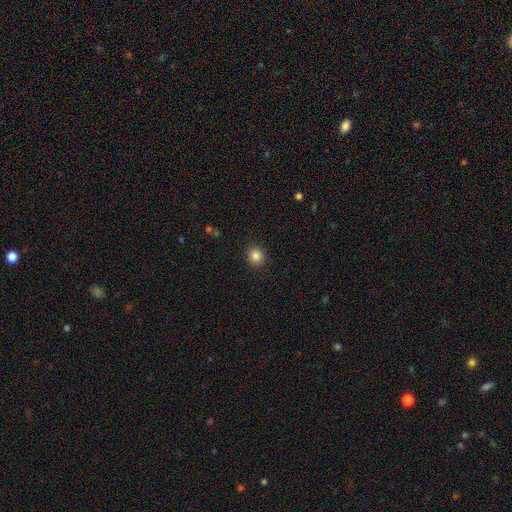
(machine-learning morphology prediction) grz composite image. It shows a smooth galaxy with no disk features (85%) that is round (84%). Merging: none (90%).